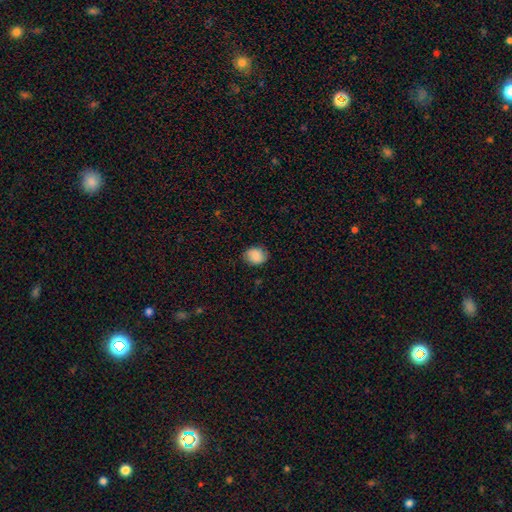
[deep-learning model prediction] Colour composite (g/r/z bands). It shows a smooth galaxy with no disk features (86%) that is round (59%). Merging: none (80%).